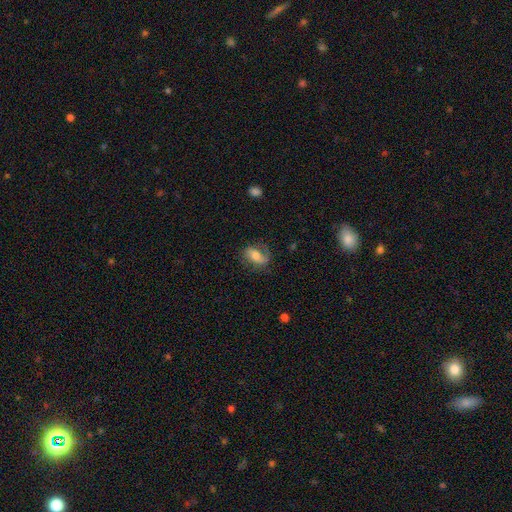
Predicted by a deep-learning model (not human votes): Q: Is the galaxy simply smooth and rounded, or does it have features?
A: smooth — 48%.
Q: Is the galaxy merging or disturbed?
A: none — 66%.